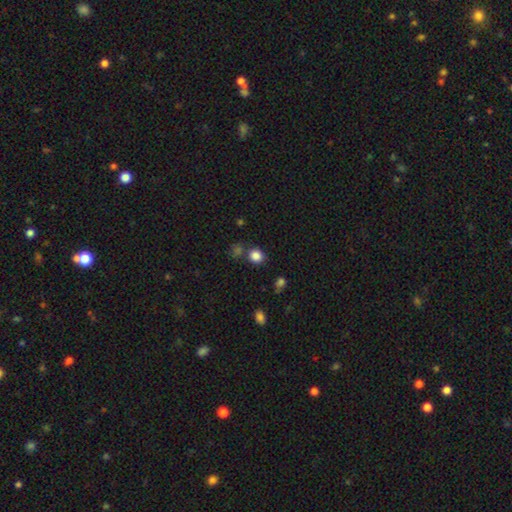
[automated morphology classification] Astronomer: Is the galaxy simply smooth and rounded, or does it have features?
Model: smooth — 84%.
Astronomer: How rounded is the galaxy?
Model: round — 78%.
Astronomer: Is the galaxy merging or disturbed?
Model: none — 74%.